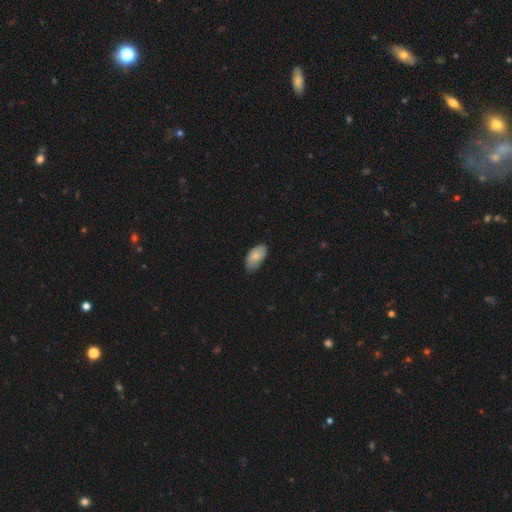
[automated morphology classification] This appears to be a smooth galaxy with no disk features (78%) that is in between round and cigar-shaped (95%). Merging: none (68%).